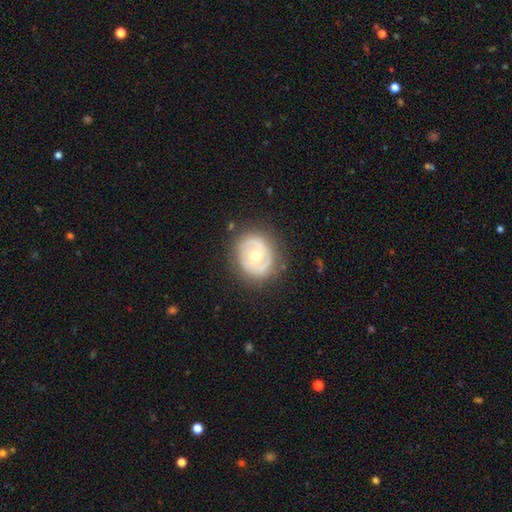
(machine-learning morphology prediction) This is likely a featured or disk galaxy (64%). It is clearly not viewed edge-on (96%). Bar: likely no (75%). Spiral arm pattern: possibly no (54%). Central bulge: likely moderate (60%). Merging: likely none (79%).